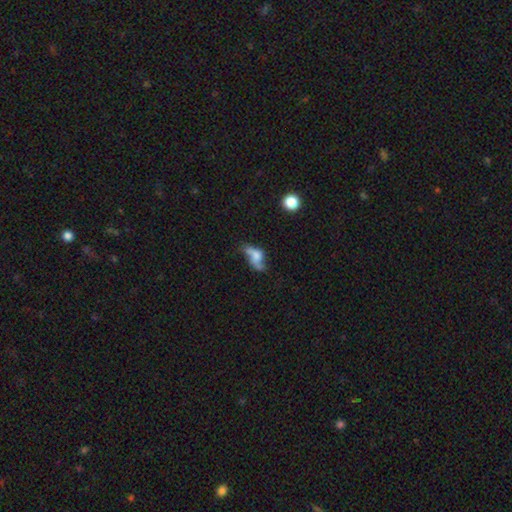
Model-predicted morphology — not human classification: Smooth or featured: smooth — 46% (featured or disk — 42%)
Merging: major disturbance — 31% (none — 30%)